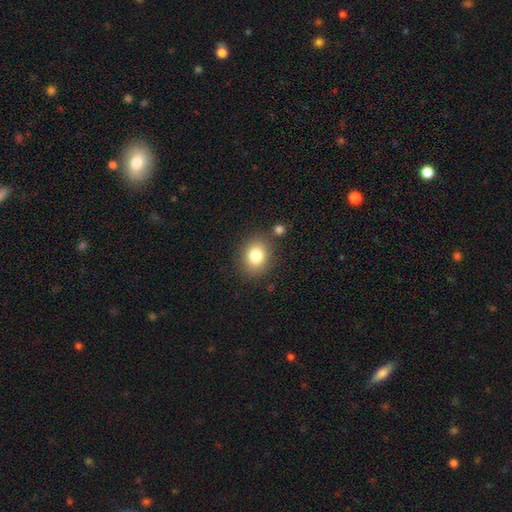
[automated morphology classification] smooth-or-featured: smooth: 80% | star or artifact: 11% | featured or disk: 9%
  how-rounded: round: 57% | in between: 42% | cigar-shaped: 1%
  merging: none: 82% | minor disturbance: 10% | merger: 5% | major disturbance: 3%